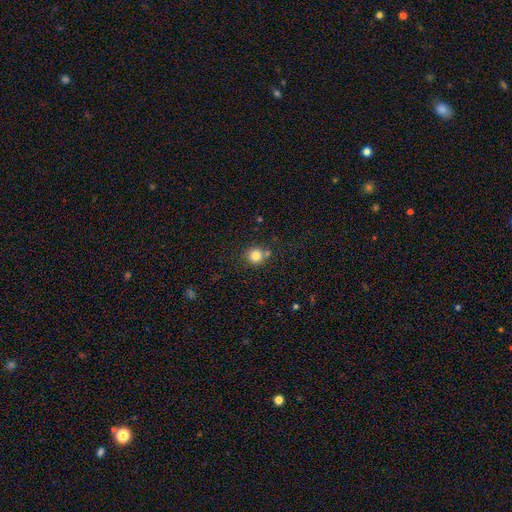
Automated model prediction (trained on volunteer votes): A smooth galaxy with no disk features (82%) that is round (92%).

Vote fractions:
- Smooth or featured? smooth: 82% / star or artifact: 12% / featured or disk: 7%
- How rounded? round: 92% / in between: 7% / cigar-shaped: 1%
- Merging? none: 74% / merger: 13% / minor disturbance: 10% / major disturbance: 3%